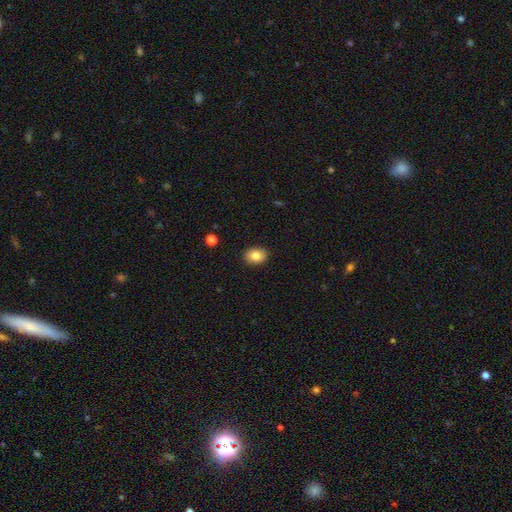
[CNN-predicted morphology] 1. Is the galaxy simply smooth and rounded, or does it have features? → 84% smooth, 8% star or artifact, 7% featured or disk.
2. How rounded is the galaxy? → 69% in between, 30% round, 1% cigar-shaped.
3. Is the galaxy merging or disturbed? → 90% none, 7% minor disturbance, 2% major disturbance, 1% merger.